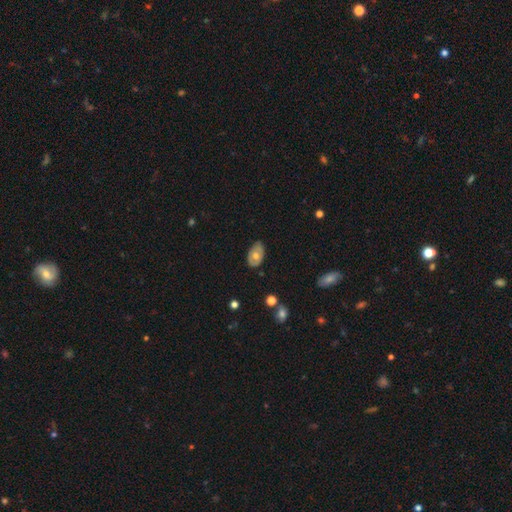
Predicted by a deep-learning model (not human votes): smooth 55%, featured or disk 37%, star or artifact 7%. Down the decision tree: how rounded — in between (88%); merging — none (73%).